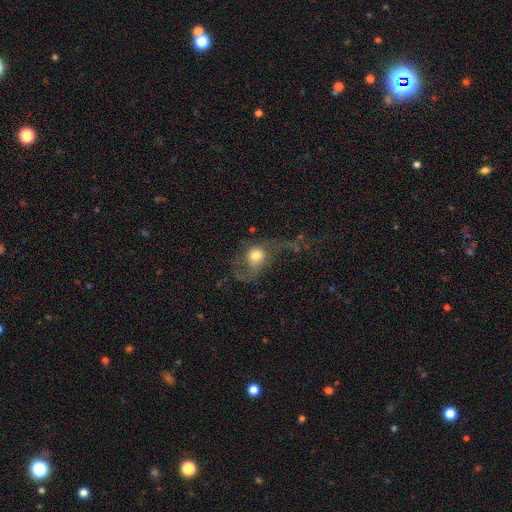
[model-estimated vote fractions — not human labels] Smooth or featured? smooth (52%)
How rounded? round (62%)
Merging? major disturbance (60%)